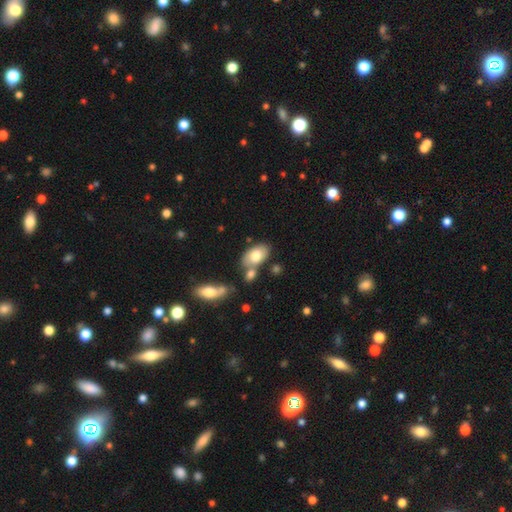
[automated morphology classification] Smooth or featured: smooth — 74% (featured or disk — 19%)
How rounded: in between — 92% (round — 6%)
Merging: none — 57% (merger — 24%)